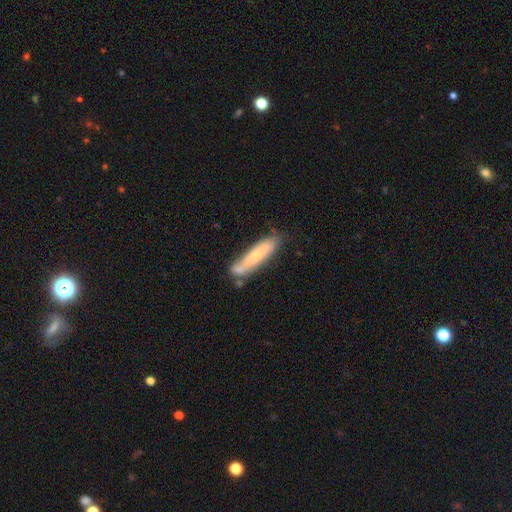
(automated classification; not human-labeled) Smooth or featured: smooth — 62% (featured or disk — 32%)
How rounded: cigar-shaped — 83% (in between — 16%)
Merging: none — 61% (minor disturbance — 22%)